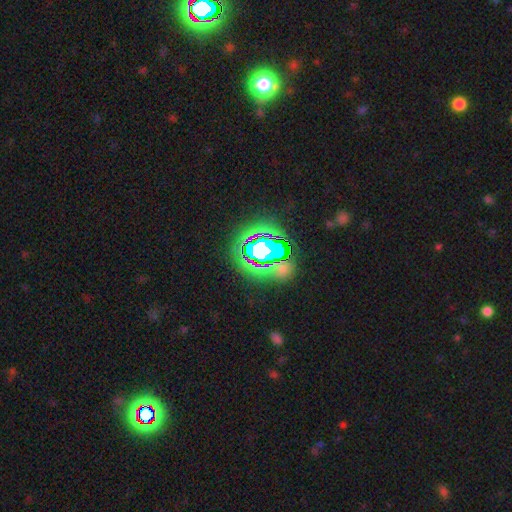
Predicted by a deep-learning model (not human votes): Overall: star or artifact (60%; smooth 21%).